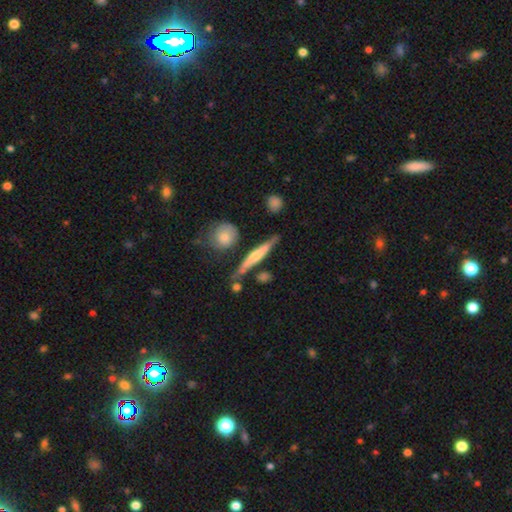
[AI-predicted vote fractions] Smooth or featured?
  - featured or disk: 52% *
  - smooth: 41%
  - star or artifact: 6%
Edge-on disk?
  - yes: 91% *
  - no: 9%
Merging?
  - none: 70% *
  - minor disturbance: 17%
  - merger: 8%
  - major disturbance: 5%